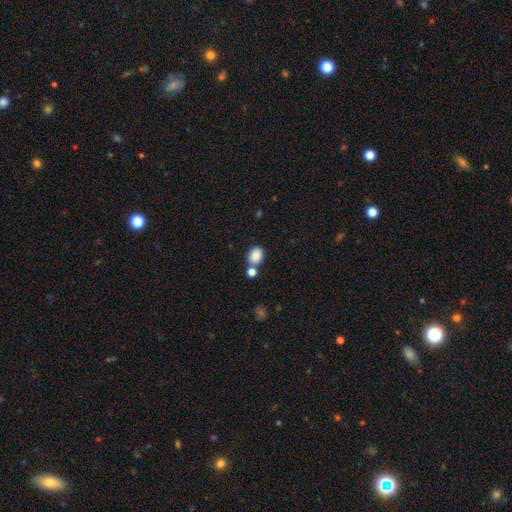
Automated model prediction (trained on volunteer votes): The model was most divided on "how rounded": in between: 62%, round: 37%, cigar-shaped: 1%. More confident: smooth or featured — smooth (86%); merging — none (62%).